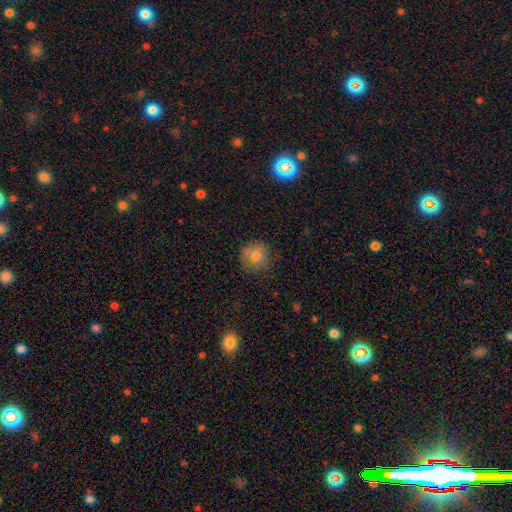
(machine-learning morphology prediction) A smooth galaxy with no disk features (69%) that is round (81%).

Vote fractions:
- Smooth or featured? smooth: 69% / featured or disk: 21% / star or artifact: 10%
- How rounded? round: 81% / in between: 18% / cigar-shaped: 1%
- Merging? none: 65% / minor disturbance: 22% / major disturbance: 10% / merger: 3%